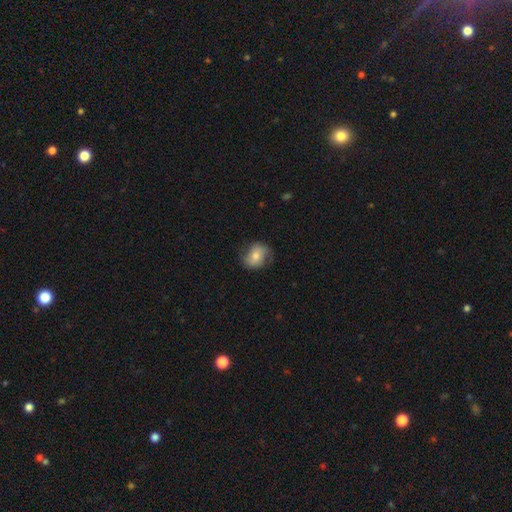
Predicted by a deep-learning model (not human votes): Smooth or featured? smooth (67%)
How rounded? in between (52%)
Merging? none (70%)